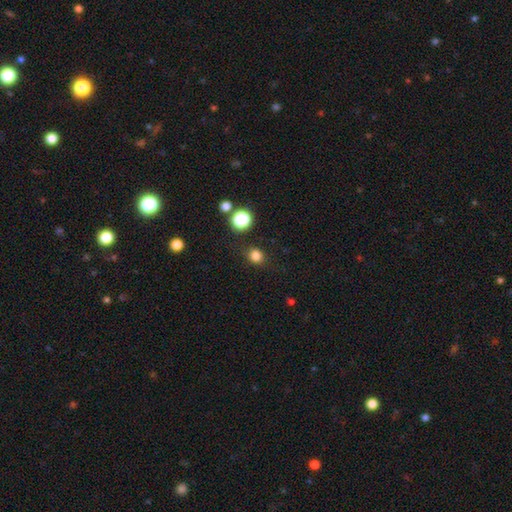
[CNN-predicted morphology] A smooth galaxy with no disk features (80%) that is round (80%).

Vote fractions:
- Smooth or featured? smooth: 80% / star or artifact: 15% / featured or disk: 5%
- How rounded? round: 80% / in between: 19% / cigar-shaped: 1%
- Merging? none: 84% / minor disturbance: 10% / major disturbance: 3% / merger: 2%